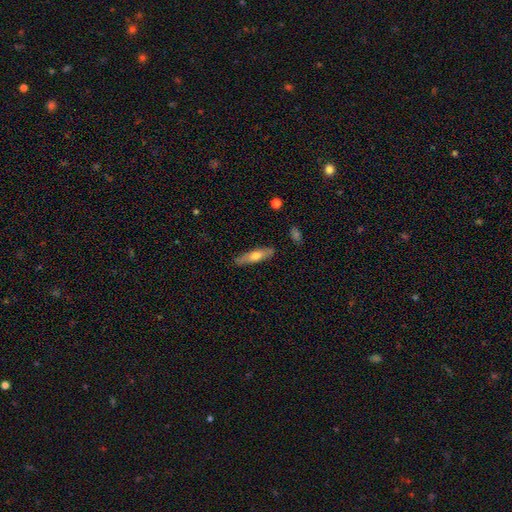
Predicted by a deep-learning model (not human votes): A smooth galaxy with no disk features (57%) that is cigar-shaped (70%).

Vote fractions:
- Smooth or featured? smooth: 57% / featured or disk: 37% / star or artifact: 6%
- How rounded? cigar-shaped: 70% / in between: 28% / round: 2%
- Merging? none: 83% / minor disturbance: 12% / major disturbance: 2% / merger: 2%